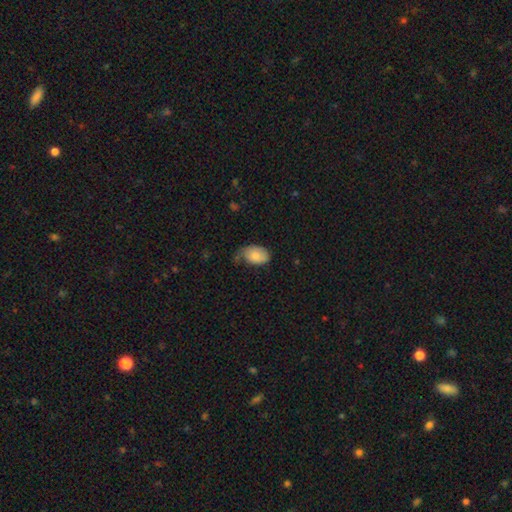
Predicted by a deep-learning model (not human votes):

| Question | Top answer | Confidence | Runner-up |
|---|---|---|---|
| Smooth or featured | smooth | 80% | featured or disk (13%) |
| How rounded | in between | 89% | round (10%) |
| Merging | none | 43% | minor disturbance (38%) |